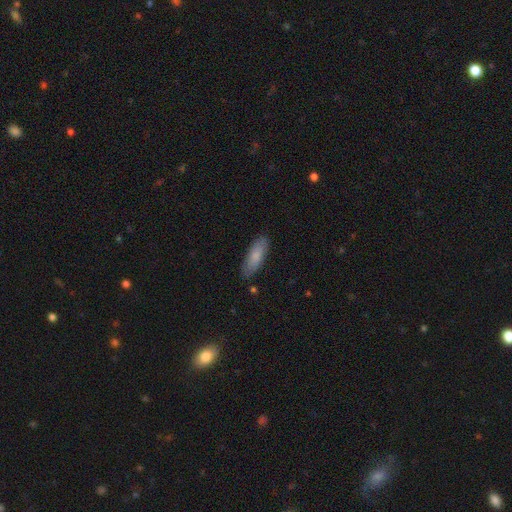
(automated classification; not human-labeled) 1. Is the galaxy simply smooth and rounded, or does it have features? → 80% smooth, 14% featured or disk, 6% star or artifact.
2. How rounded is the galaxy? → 55% in between, 43% cigar-shaped, 2% round.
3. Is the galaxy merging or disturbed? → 83% none, 13% minor disturbance, 2% major disturbance, 2% merger.